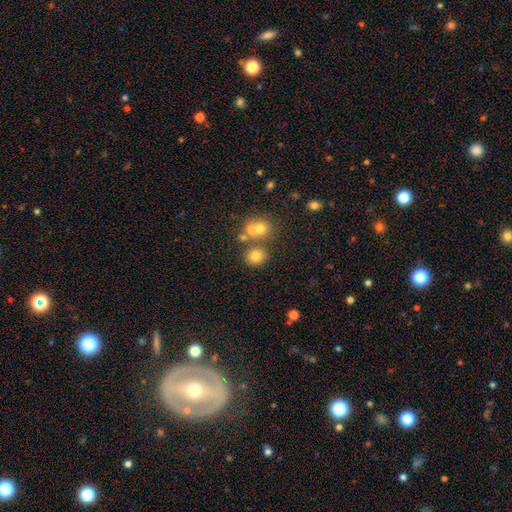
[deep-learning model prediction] smooth 74%, star or artifact 15%, featured or disk 10%. Down the decision tree: how rounded — round (80%); merging — none (66%).